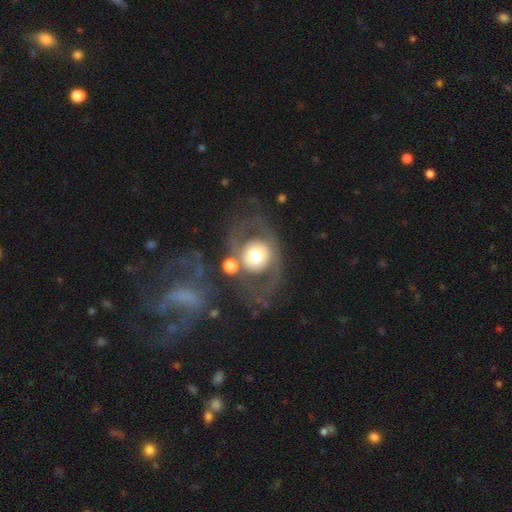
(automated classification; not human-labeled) This appears to be a featured or disk galaxy (58%) with no bar (74%), no spiral arms (65%) and a moderate central bulge (49%). Merging: none (59%).